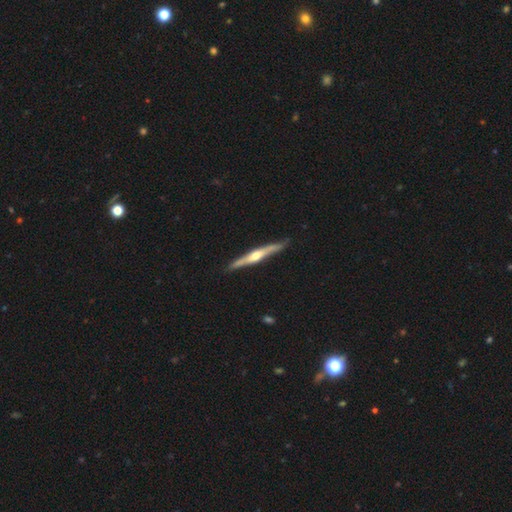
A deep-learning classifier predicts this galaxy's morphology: Smooth or featured?
  - featured or disk: 70% *
  - smooth: 25%
  - star or artifact: 5%
Edge-on disk?
  - yes: 96% *
  - no: 4%
Edge-on bulge?
  - rounded: 87% *
  - none: 7%
  - boxy: 6%
Merging?
  - none: 86% *
  - minor disturbance: 11%
  - major disturbance: 2%
  - merger: 1%